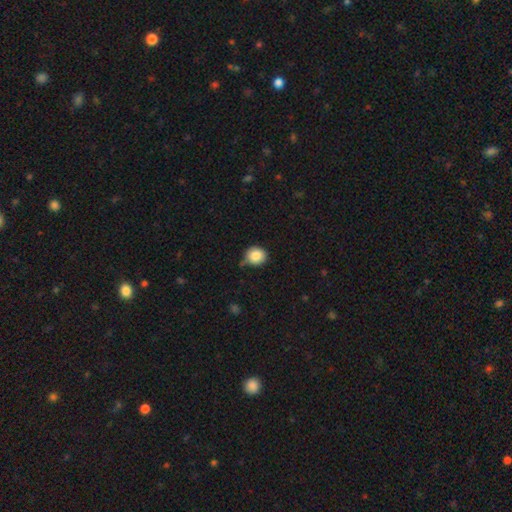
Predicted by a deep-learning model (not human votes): Q: Smooth or featured?
A: smooth (85%); runner-up: star or artifact (9%)
Q: How rounded?
A: round (87%); runner-up: in between (12%)
Q: Merging?
A: none (73%); runner-up: minor disturbance (19%)